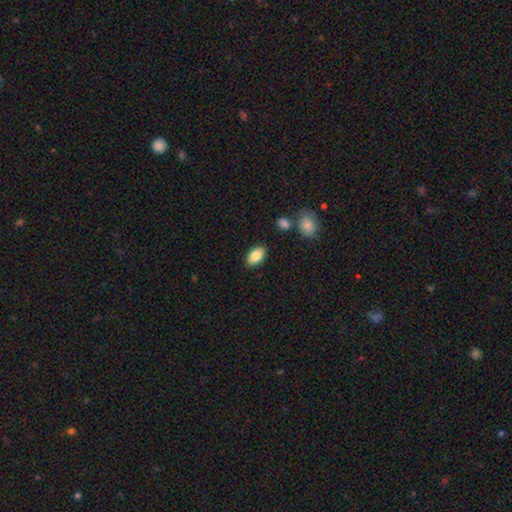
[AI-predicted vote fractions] This appears to be a smooth galaxy with no disk features (86%) that is in between round and cigar-shaped (93%). Merging: none (86%).